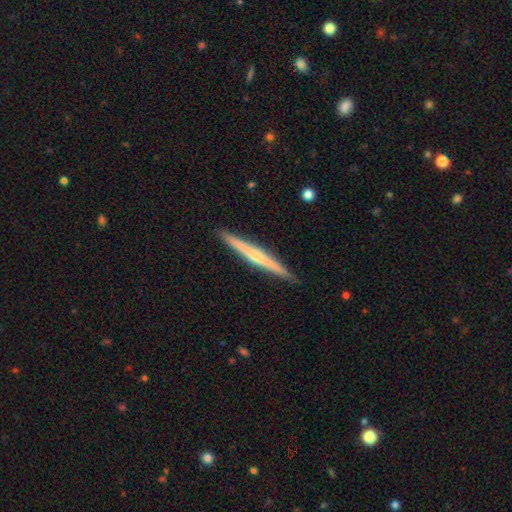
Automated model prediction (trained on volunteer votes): The model was most divided on "edge-on bulge": rounded: 63%, none: 31%, boxy: 6%. More confident: edge-on disk — yes (98%); merging — none (92%); smooth or featured — featured or disk (69%).